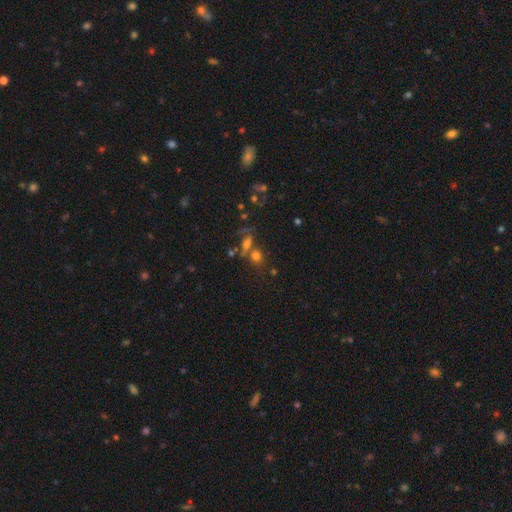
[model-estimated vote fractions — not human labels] Smooth or featured?
  - smooth: 64% *
  - star or artifact: 22%
  - featured or disk: 14%
How rounded?
  - round: 67% *
  - in between: 29%
  - cigar-shaped: 5%
Merging?
  - none: 50% *
  - merger: 32%
  - minor disturbance: 11%
  - major disturbance: 7%